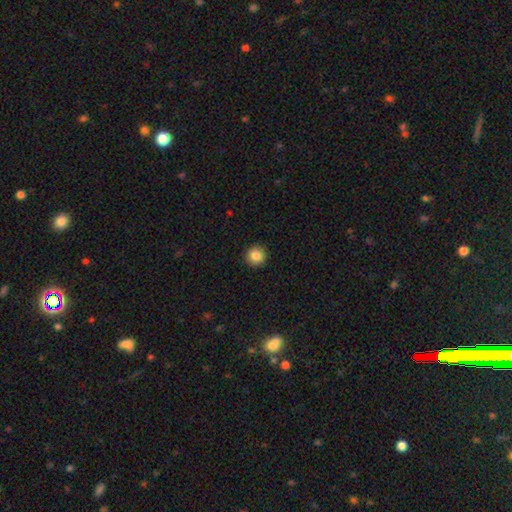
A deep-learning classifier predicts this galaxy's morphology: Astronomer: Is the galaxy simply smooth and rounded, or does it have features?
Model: smooth — 85%.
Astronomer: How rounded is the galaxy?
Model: round — 95%.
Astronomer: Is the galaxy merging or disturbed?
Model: none — 93%.